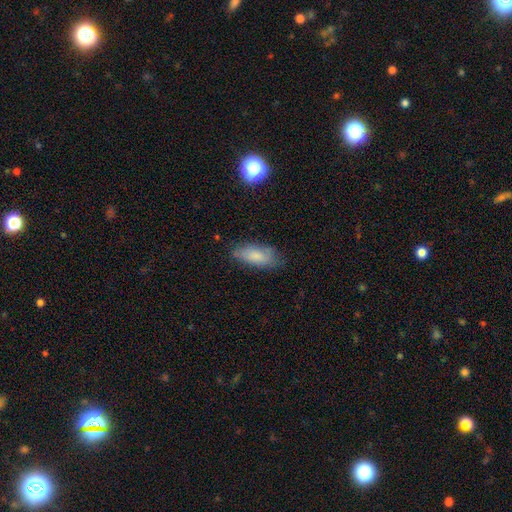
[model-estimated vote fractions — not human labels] A smooth galaxy with no disk features (79%) that is in between round and cigar-shaped (84%).

Vote fractions:
- Smooth or featured? smooth: 79% / featured or disk: 13% / star or artifact: 8%
- How rounded? in between: 84% / cigar-shaped: 13% / round: 3%
- Merging? none: 69% / minor disturbance: 24% / major disturbance: 6% / merger: 2%